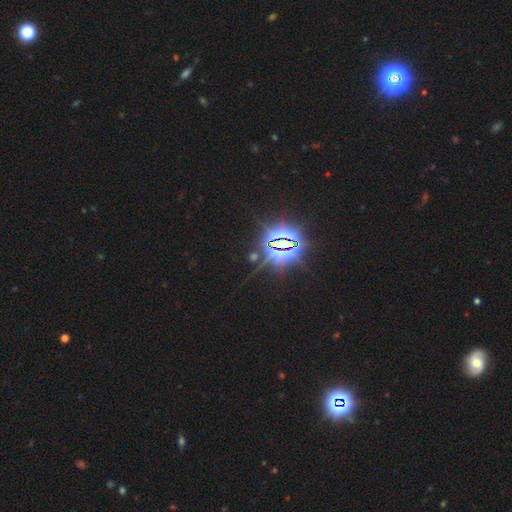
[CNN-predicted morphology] This is clearly a star or artifact rather than a galaxy (85%).